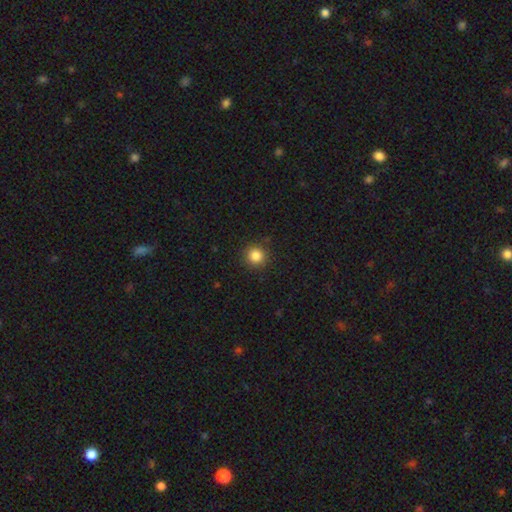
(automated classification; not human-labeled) smooth-or-featured: smooth: 85% | star or artifact: 11% | featured or disk: 4%
  how-rounded: round: 95% | in between: 4% | cigar-shaped: 1%
  merging: none: 90% | minor disturbance: 6% | major disturbance: 2% | merger: 1%